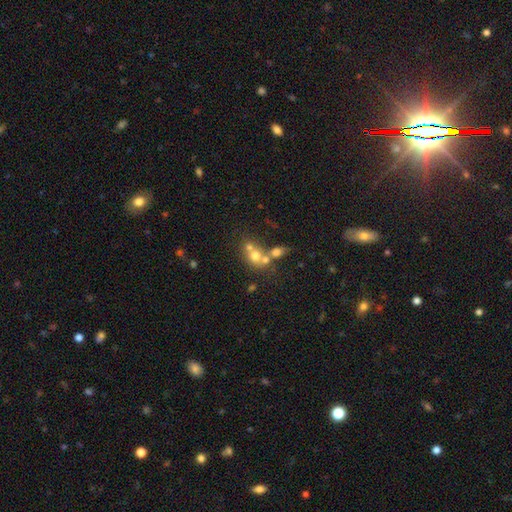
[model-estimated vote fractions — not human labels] A smooth galaxy with no disk features (57%) that is round (69%). Merging: merger (54%).